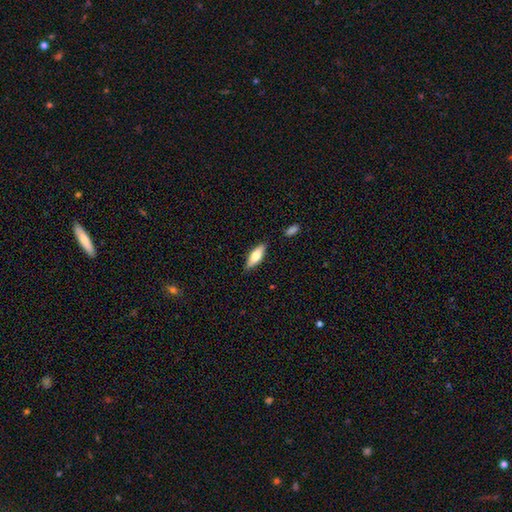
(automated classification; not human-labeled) Morphology: type=smooth (64%); roundness=in between (60%); merging=none (85%).